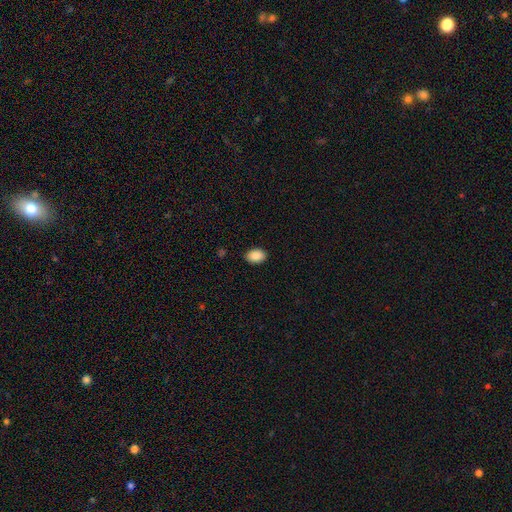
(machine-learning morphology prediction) A smooth galaxy with no disk features (89%) that is in between round and cigar-shaped (86%).

Vote fractions:
- Smooth or featured? smooth: 89% / star or artifact: 7% / featured or disk: 3%
- How rounded? in between: 86% / round: 13% / cigar-shaped: 1%
- Merging? none: 88% / minor disturbance: 8% / major disturbance: 2% / merger: 1%